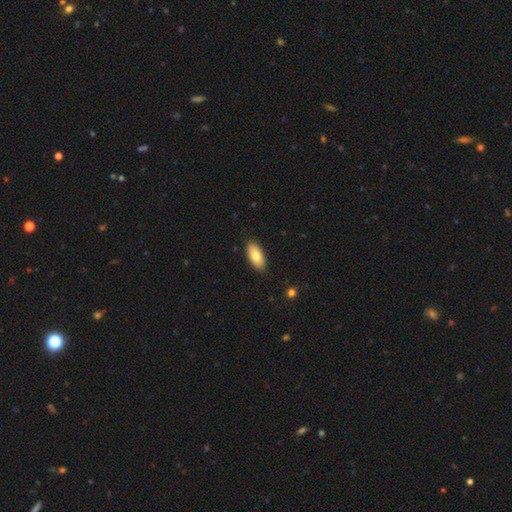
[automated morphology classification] A smooth galaxy with no disk features (79%) that is in between round and cigar-shaped (92%).

Vote fractions:
- Smooth or featured? smooth: 79% / featured or disk: 15% / star or artifact: 6%
- How rounded? in between: 92% / cigar-shaped: 6% / round: 2%
- Merging? none: 87% / minor disturbance: 11% / major disturbance: 2% / merger: 1%